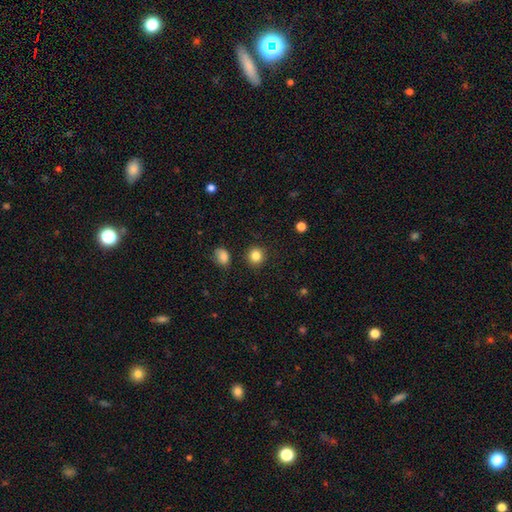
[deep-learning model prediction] Q: Smooth or featured?
A: smooth (85%); runner-up: star or artifact (11%)
Q: How rounded?
A: round (90%); runner-up: in between (9%)
Q: Merging?
A: none (90%); runner-up: minor disturbance (6%)